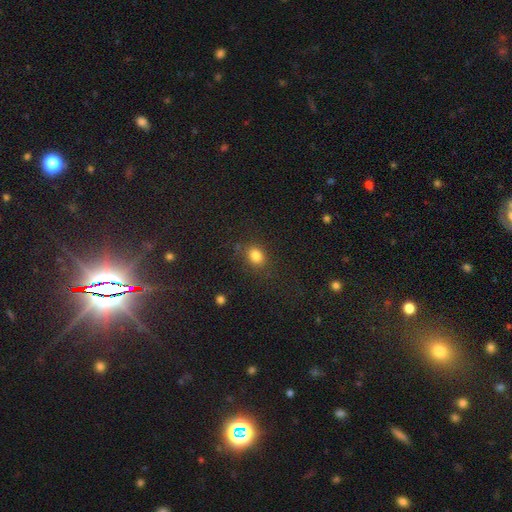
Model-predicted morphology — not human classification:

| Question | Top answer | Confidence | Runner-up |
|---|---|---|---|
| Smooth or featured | smooth | 82% | star or artifact (12%) |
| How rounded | in between | 55% | round (44%) |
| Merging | none | 79% | minor disturbance (13%) |